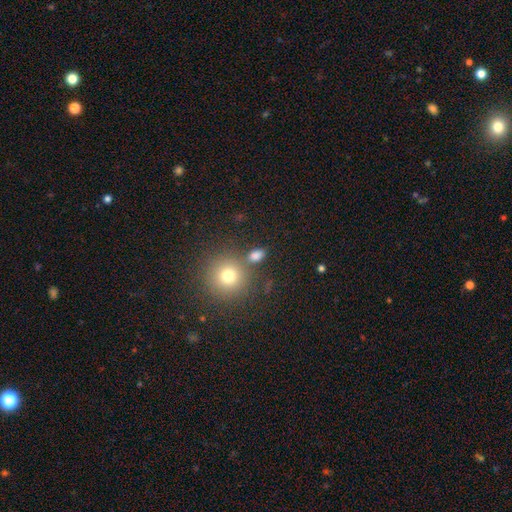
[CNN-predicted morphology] smooth 78%, star or artifact 15%, featured or disk 7%. Down the decision tree: how rounded — in between (68%); merging — none (73%).